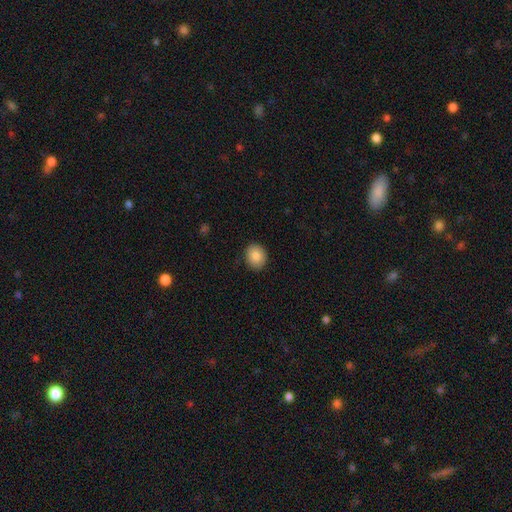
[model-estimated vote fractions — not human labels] Smooth or featured? smooth (87%)
How rounded? round (67%)
Merging? none (89%)